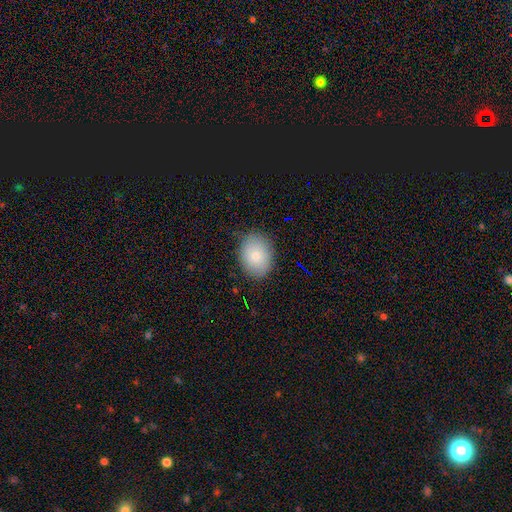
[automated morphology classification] smooth 80%, featured or disk 12%, star or artifact 8%. Down the decision tree: how rounded — in between (62%); merging — none (83%).